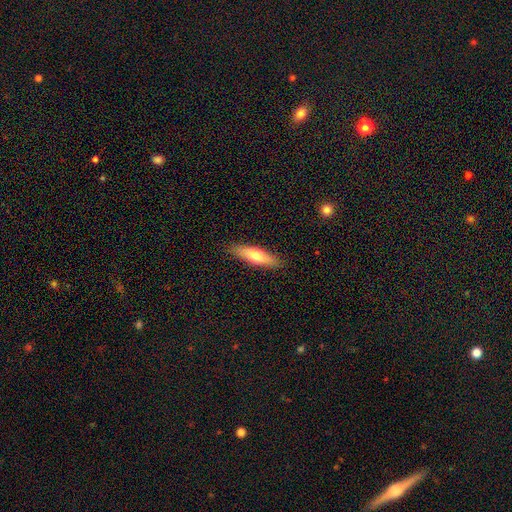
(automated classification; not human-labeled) A smooth galaxy with no disk features (62%) that is cigar-shaped (68%). Merging: none (89%).